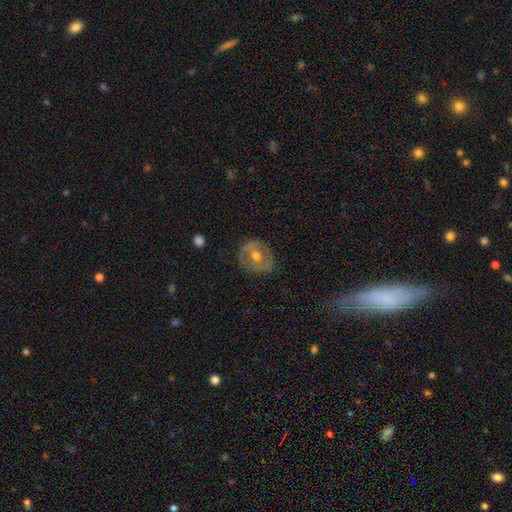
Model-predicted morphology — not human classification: Smooth or featured? Predicted: featured or disk (p=0.58). Edge-on disk? Predicted: no (p=0.95). Bar? Predicted: no (p=0.67). Spiral arms? Predicted: no (p=0.70). Bulge size? Predicted: moderate (p=0.76). Merging? Predicted: none (p=0.79).